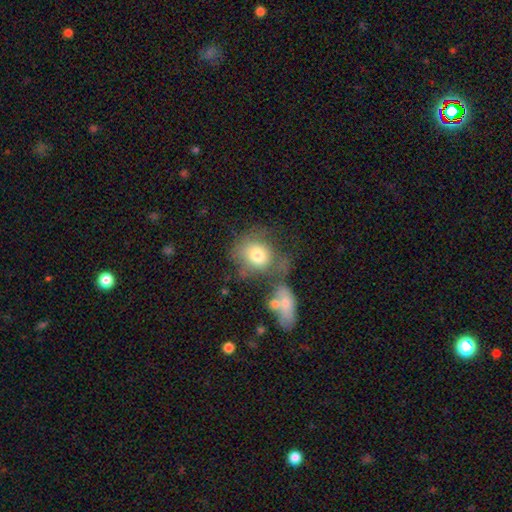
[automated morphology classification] type=smooth (65%); roundness=round (65%); merging=none (46%).